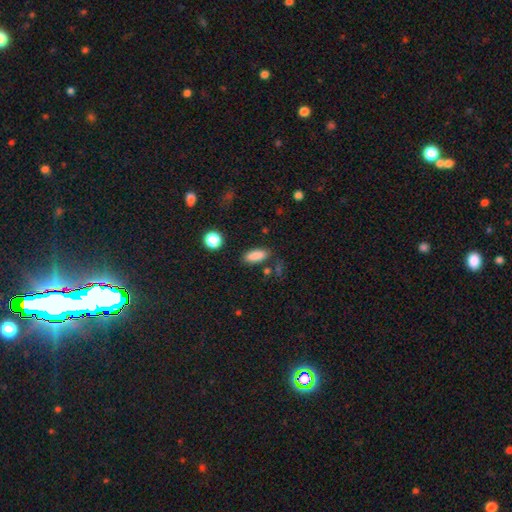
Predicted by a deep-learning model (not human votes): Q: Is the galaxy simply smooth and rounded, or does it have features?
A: smooth — 86%.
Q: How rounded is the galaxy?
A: in between — 80%.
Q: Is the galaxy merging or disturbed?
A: none — 80%.